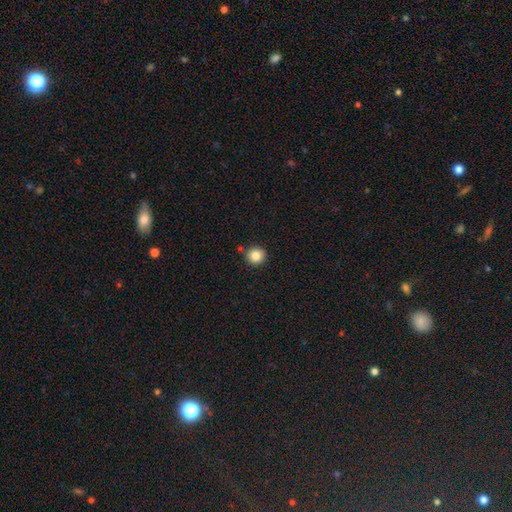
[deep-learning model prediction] Smooth or featured: smooth — 84% (star or artifact — 10%)
How rounded: round — 95% (in between — 4%)
Merging: none — 86% (minor disturbance — 7%)